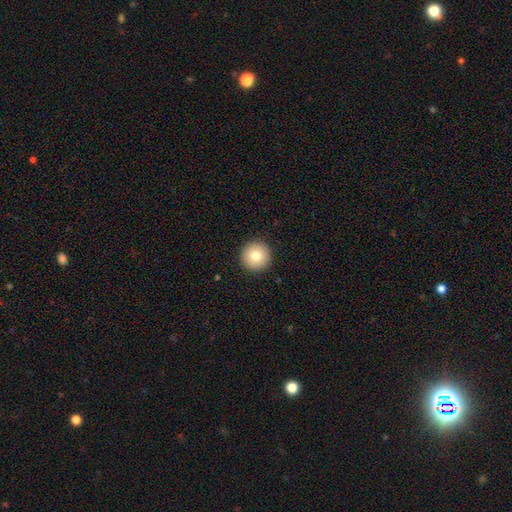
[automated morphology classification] Smooth or featured? Predicted: smooth (p=0.78). How rounded? Predicted: round (p=0.97). Merging? Predicted: none (p=0.93).